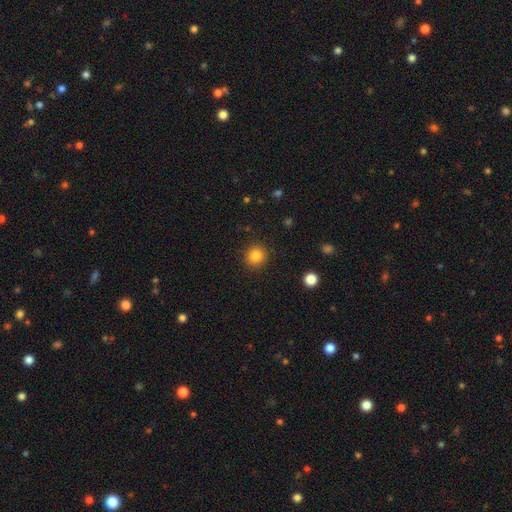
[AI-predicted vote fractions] Smooth or featured?
  - smooth: 83% *
  - star or artifact: 11%
  - featured or disk: 5%
How rounded?
  - round: 92% *
  - in between: 7%
  - cigar-shaped: 1%
Merging?
  - none: 91% *
  - minor disturbance: 6%
  - major disturbance: 2%
  - merger: 1%